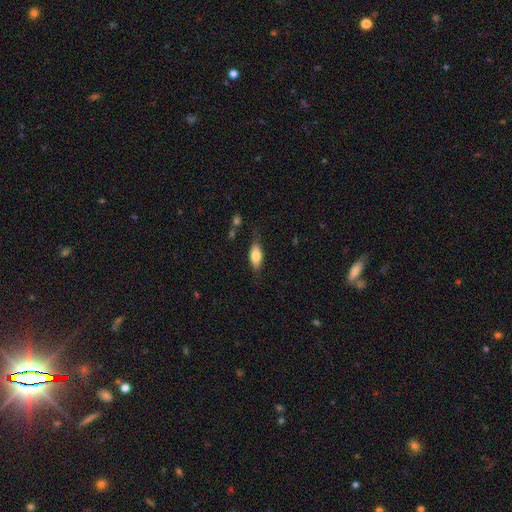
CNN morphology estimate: Smooth or featured: smooth — 68% (featured or disk — 25%)
How rounded: in between — 77% (cigar-shaped — 19%)
Merging: none — 70% (minor disturbance — 21%)